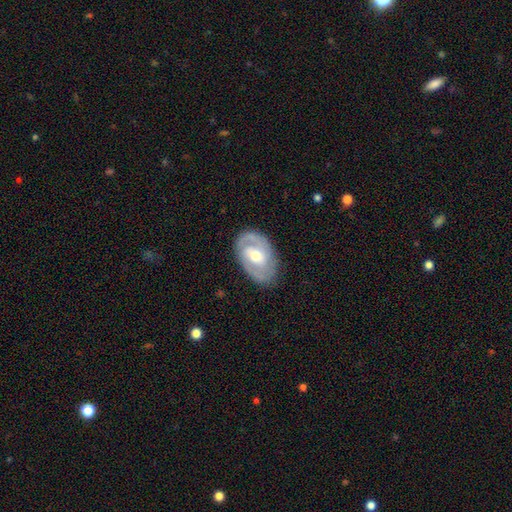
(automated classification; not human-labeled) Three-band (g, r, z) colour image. It shows a featured or disk galaxy (77%) with a weak bar (43%), 2 (75%) tight (46%) spiral arms (81%) and a moderate central bulge (66%). Merging: none (81%).